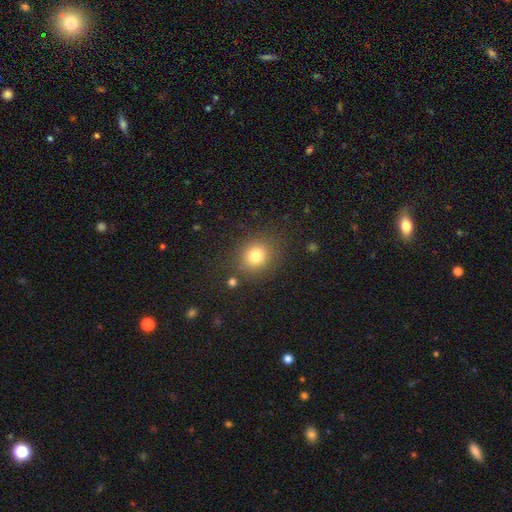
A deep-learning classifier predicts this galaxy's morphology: smooth_or_featured: smooth (p=0.78) [alt: star or artifact p=0.14]
how_rounded: round (p=0.82) [alt: in between p=0.17]
merging: none (p=0.84) [alt: minor disturbance p=0.09]